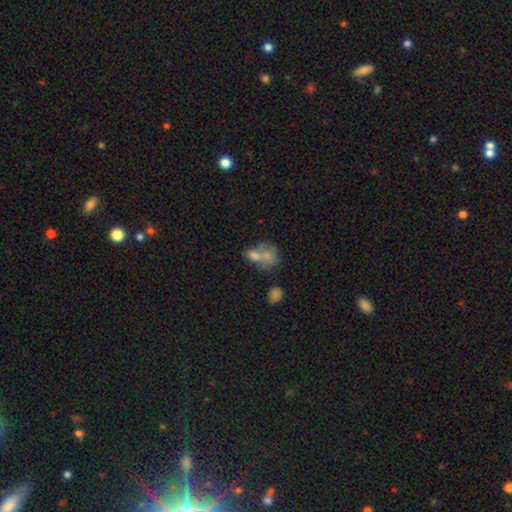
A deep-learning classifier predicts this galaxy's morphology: Q: Smooth or featured?
A: smooth (65%); runner-up: featured or disk (22%)
Q: How rounded?
A: in between (59%); runner-up: round (39%)
Q: Merging?
A: merger (59%); runner-up: none (24%)